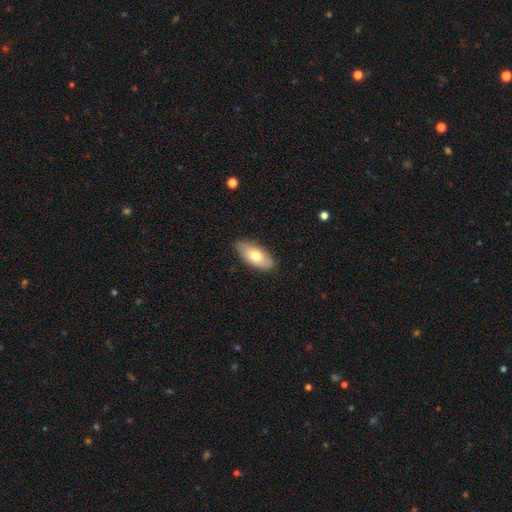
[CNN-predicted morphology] Smooth or featured? Predicted: smooth (p=0.71). How rounded? Predicted: in between (p=0.91). Merging? Predicted: none (p=0.83).